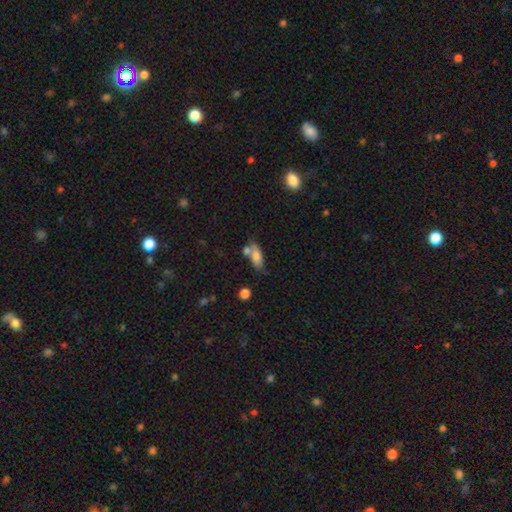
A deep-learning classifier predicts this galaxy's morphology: A smooth galaxy with no disk features (71%) that is in between round and cigar-shaped (78%).

Vote fractions:
- Smooth or featured? smooth: 71% / featured or disk: 20% / star or artifact: 8%
- How rounded? in between: 78% / cigar-shaped: 19% / round: 4%
- Merging? none: 43% / merger: 29% / minor disturbance: 20% / major disturbance: 8%